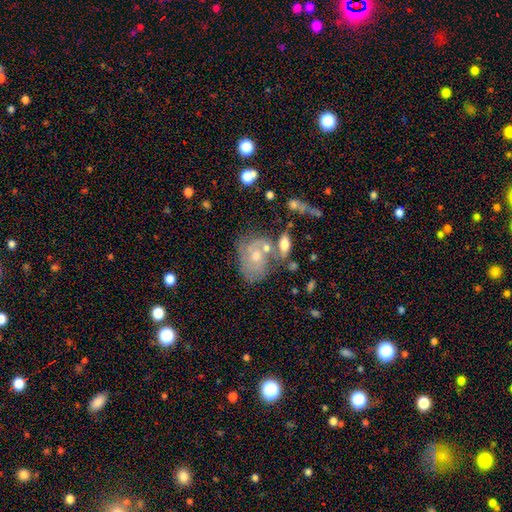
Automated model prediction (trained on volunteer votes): smooth_or_featured: featured or disk (p=0.63) [alt: smooth p=0.27]
disk_edge_on: no (p=0.95) [alt: yes p=0.05]
bar: no (p=0.78) [alt: weak p=0.18]
has_spiral_arms: yes (p=0.73) [alt: no p=0.27]
bulge_size: small (p=0.48) [alt: moderate p=0.46]
merging: none (p=0.43) [alt: merger p=0.27]